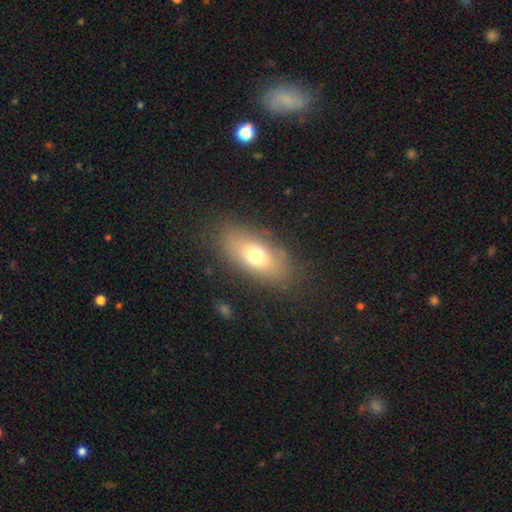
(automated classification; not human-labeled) This is likely a smooth galaxy (67%). How rounded: clearly in between (84%). Merging: likely none (80%).